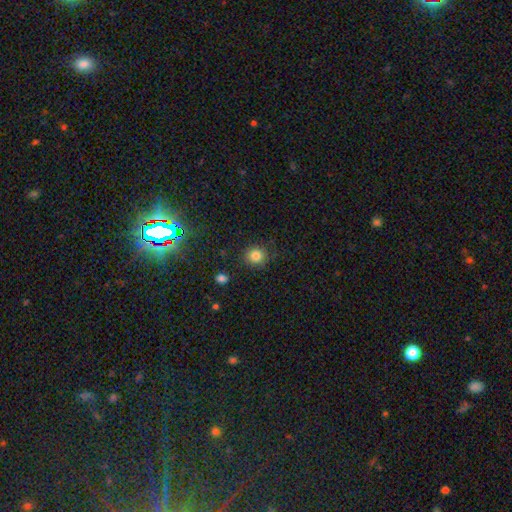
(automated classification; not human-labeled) A smooth galaxy with no disk features (82%) that is round (86%).

Vote fractions:
- Smooth or featured? smooth: 82% / star or artifact: 12% / featured or disk: 5%
- How rounded? round: 86% / in between: 13% / cigar-shaped: 1%
- Merging? none: 86% / minor disturbance: 9% / major disturbance: 3% / merger: 2%